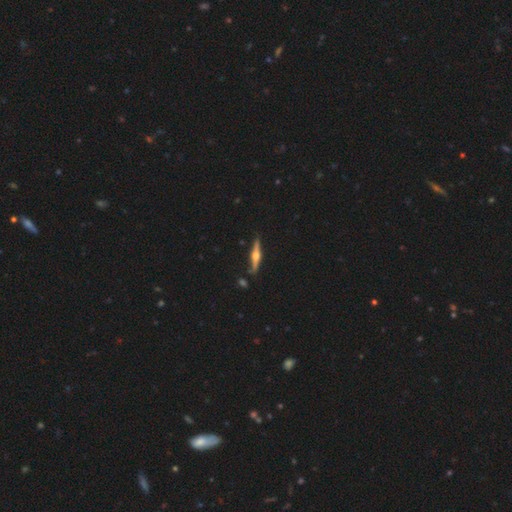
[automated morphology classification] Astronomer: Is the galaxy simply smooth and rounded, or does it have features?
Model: featured or disk — 76%.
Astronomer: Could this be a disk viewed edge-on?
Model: yes — 97%.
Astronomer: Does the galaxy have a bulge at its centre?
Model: rounded — 93%.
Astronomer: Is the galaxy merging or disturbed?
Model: none — 82%.